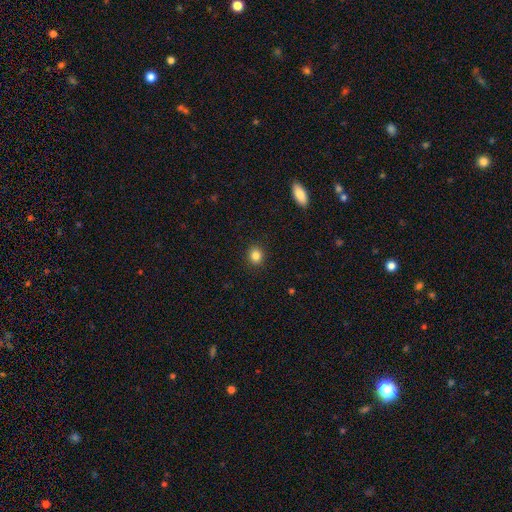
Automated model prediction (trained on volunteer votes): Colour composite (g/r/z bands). It shows a smooth galaxy with no disk features (84%) that is round (81%). Merging: none (91%).